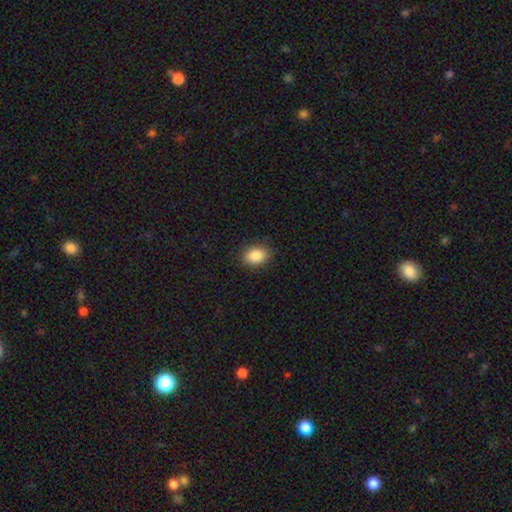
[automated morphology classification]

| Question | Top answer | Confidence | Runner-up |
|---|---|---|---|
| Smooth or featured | smooth | 87% | star or artifact (8%) |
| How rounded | in between | 72% | round (27%) |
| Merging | none | 88% | minor disturbance (8%) |